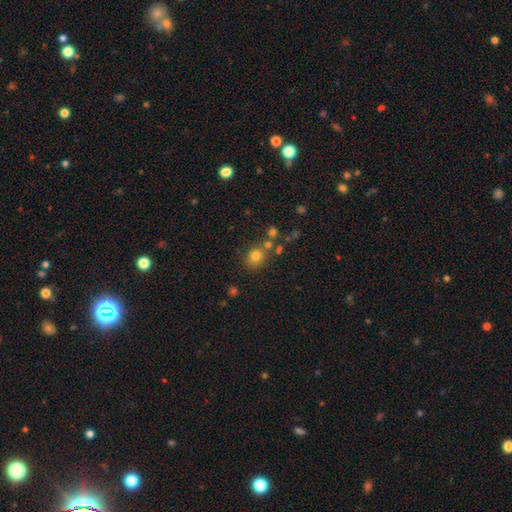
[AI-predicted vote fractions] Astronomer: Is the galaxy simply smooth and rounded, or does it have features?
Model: smooth — 77%.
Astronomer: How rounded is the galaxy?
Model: round — 72%.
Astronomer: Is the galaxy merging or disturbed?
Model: none — 70%.